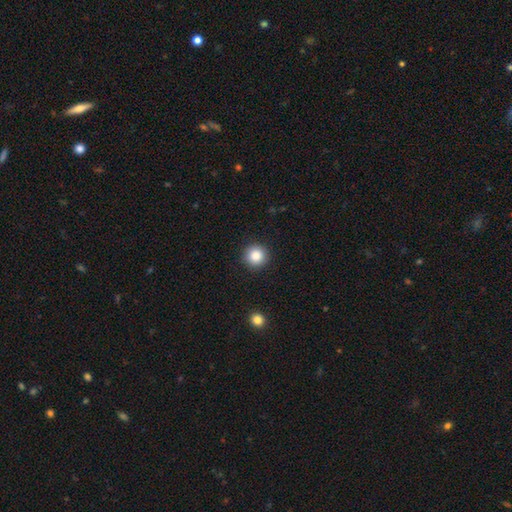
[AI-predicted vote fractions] A smooth galaxy with no disk features (85%) that is round (95%).

Vote fractions:
- Smooth or featured? smooth: 85% / star or artifact: 10% / featured or disk: 5%
- How rounded? round: 95% / in between: 4% / cigar-shaped: 1%
- Merging? none: 92% / minor disturbance: 5% / major disturbance: 2% / merger: 1%